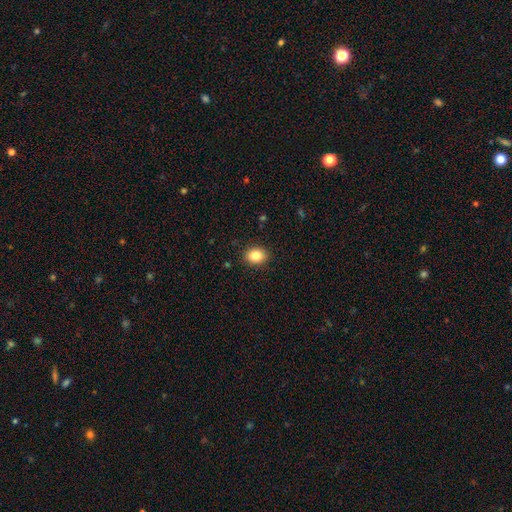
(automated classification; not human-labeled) smooth-or-featured: smooth: 85% | star or artifact: 9% | featured or disk: 6%
  how-rounded: in between: 55% | round: 44% | cigar-shaped: 1%
  merging: none: 90% | minor disturbance: 7% | major disturbance: 2% | merger: 1%